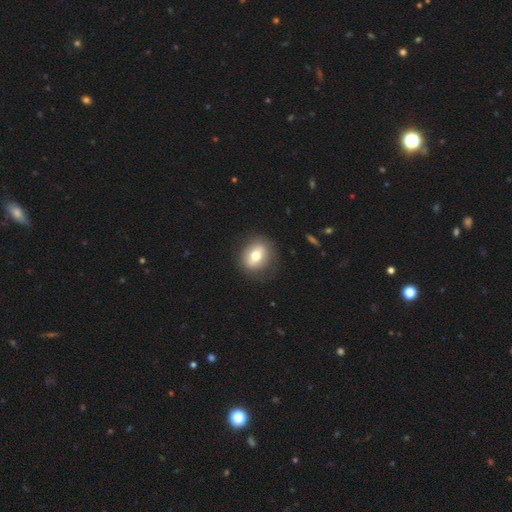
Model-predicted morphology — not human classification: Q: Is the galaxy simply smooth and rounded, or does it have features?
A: smooth — 70%.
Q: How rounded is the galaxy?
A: round — 58%.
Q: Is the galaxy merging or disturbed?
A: none — 85%.